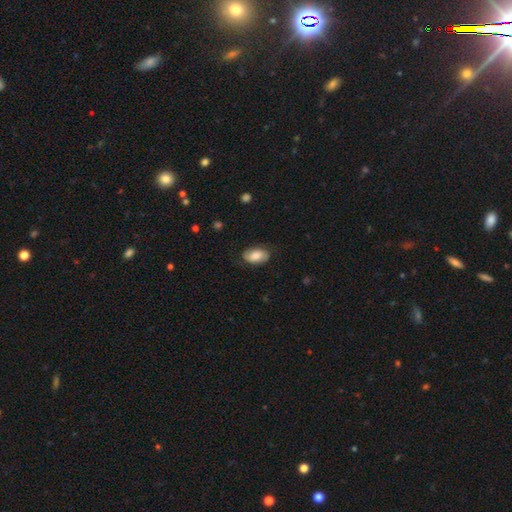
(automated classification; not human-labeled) Q: Smooth or featured?
A: smooth (66%); runner-up: featured or disk (27%)
Q: How rounded?
A: in between (92%); runner-up: round (6%)
Q: Merging?
A: none (76%); runner-up: minor disturbance (18%)